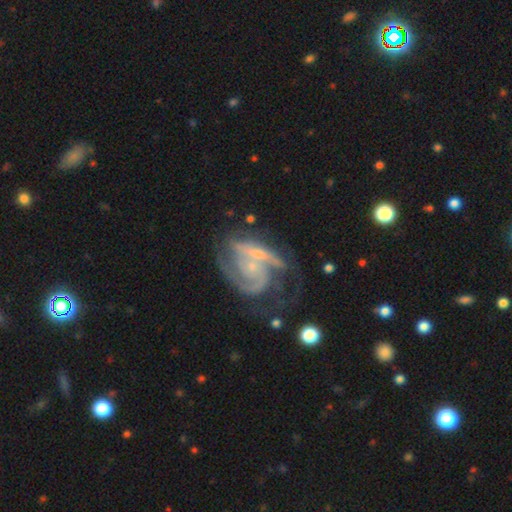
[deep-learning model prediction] A featured or disk galaxy (85%) with no bar (60%), 2 (45%) tight (44%) spiral arms (94%) and a small central bulge (71%). Merging: none (40%).